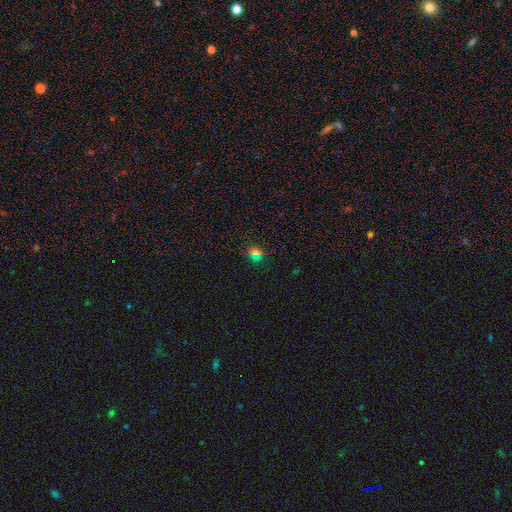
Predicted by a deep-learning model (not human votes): smooth-or-featured: smooth: 62% | star or artifact: 30% | featured or disk: 8%
  how-rounded: round: 68% | in between: 29% | cigar-shaped: 3%
  merging: none: 82% | minor disturbance: 10% | merger: 5% | major disturbance: 3%